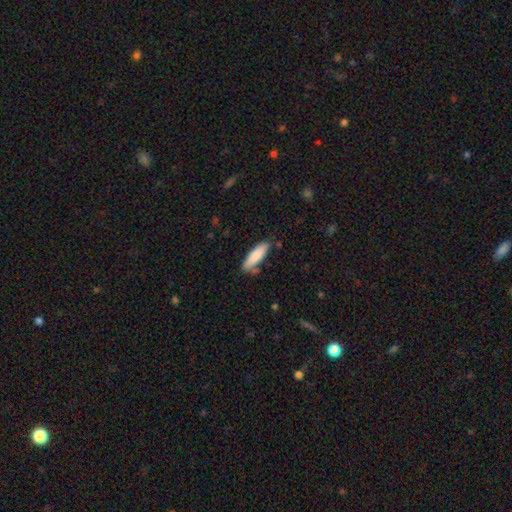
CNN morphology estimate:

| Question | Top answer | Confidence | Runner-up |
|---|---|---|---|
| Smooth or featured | smooth | 85% | featured or disk (9%) |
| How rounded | cigar-shaped | 54% | in between (45%) |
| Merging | none | 75% | minor disturbance (17%) |